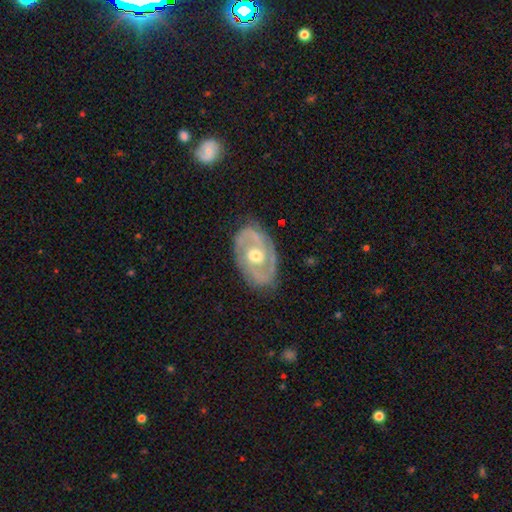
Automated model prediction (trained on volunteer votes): Smooth or featured: featured or disk — 83% (smooth — 13%)
Edge-on disk: no — 95% (yes — 5%)
Bar: no — 63% (weak — 29%)
Spiral arms: yes — 84% (no — 16%)
Spiral winding: tight — 45% (medium — 41%)
Spiral arm count: 2 — 74% (can't tell — 13%)
Bulge size: moderate — 76% (small — 14%)
Merging: none — 77% (minor disturbance — 16%)